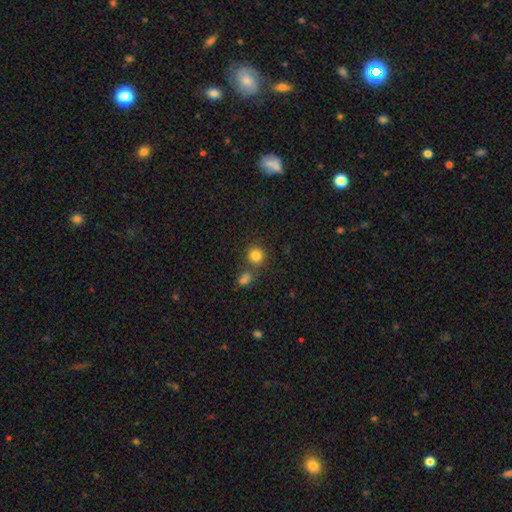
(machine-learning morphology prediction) Smooth or featured: smooth — 83% (star or artifact — 12%)
How rounded: round — 88% (in between — 11%)
Merging: none — 71% (merger — 17%)